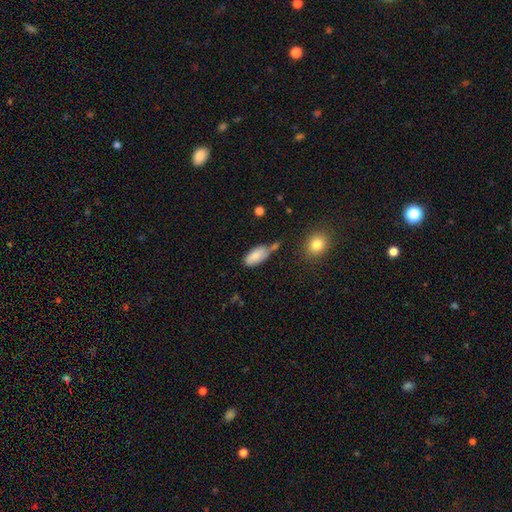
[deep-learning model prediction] smooth_or_featured: smooth (p=0.81) [alt: featured or disk p=0.12]
how_rounded: in between (p=0.91) [alt: cigar-shaped p=0.06]
merging: none (p=0.46) [alt: minor disturbance p=0.27]